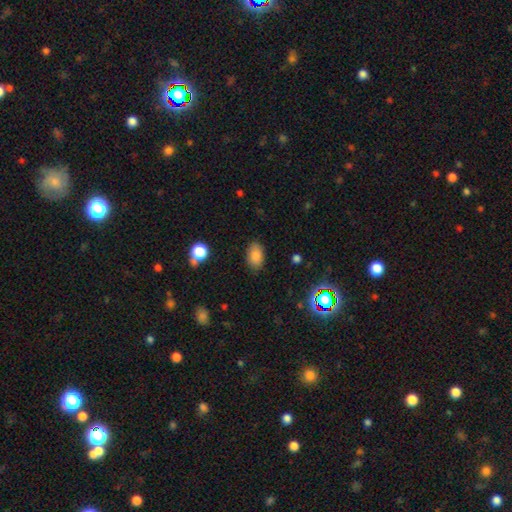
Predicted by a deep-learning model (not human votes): smooth 84%, star or artifact 10%, featured or disk 7%. Down the decision tree: how rounded — in between (89%); merging — none (85%).